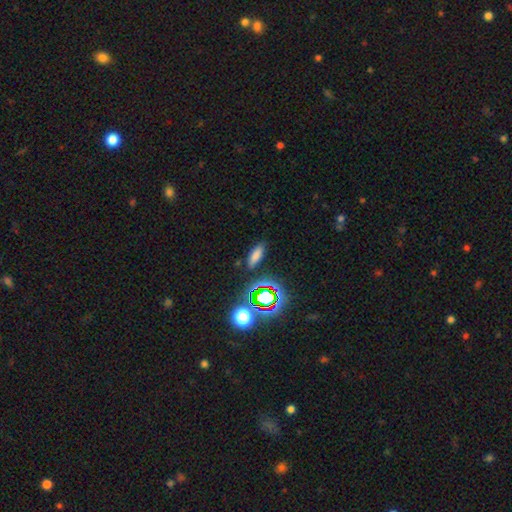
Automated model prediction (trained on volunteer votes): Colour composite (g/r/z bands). It shows a smooth galaxy with no disk features (73%) that is in between round and cigar-shaped (62%). Merging: none (86%).